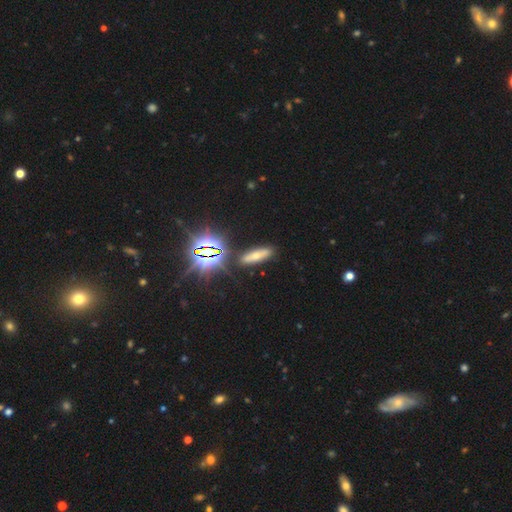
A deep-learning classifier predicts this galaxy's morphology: Overall: smooth (45%; star or artifact 32%). Merging: none (85%).